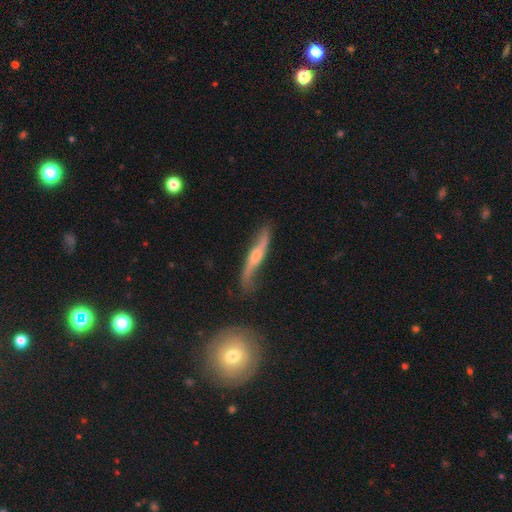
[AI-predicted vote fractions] featured or disk 73%, smooth 21%, star or artifact 6%. Down the decision tree: edge-on disk — yes (64%); merging — none (69%).